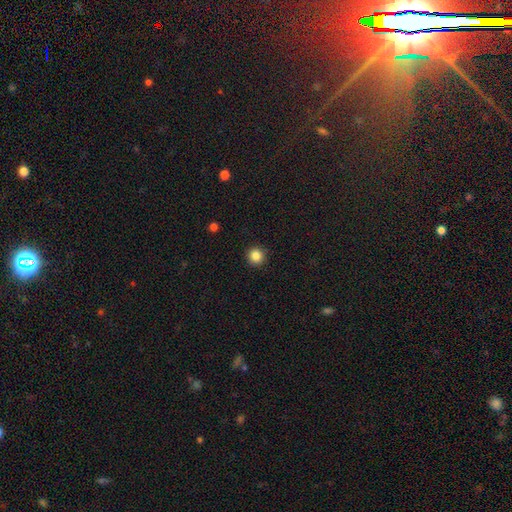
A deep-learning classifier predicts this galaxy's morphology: smooth_or_featured: smooth (p=0.85) [alt: star or artifact p=0.11]
how_rounded: round (p=0.95) [alt: in between p=0.04]
merging: none (p=0.93) [alt: minor disturbance p=0.05]